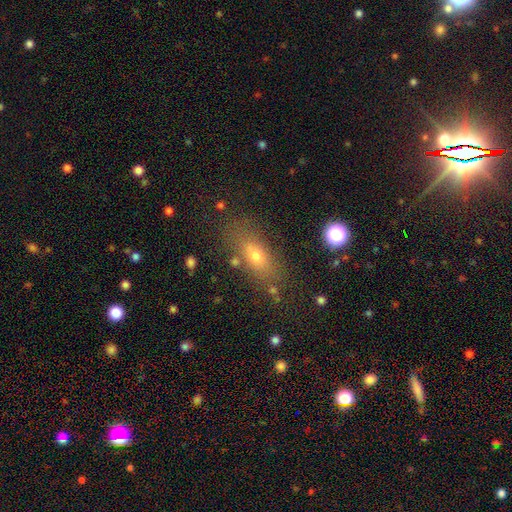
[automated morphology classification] smooth 65%, featured or disk 21%, star or artifact 14%. Down the decision tree: how rounded — in between (67%); merging — none (76%).